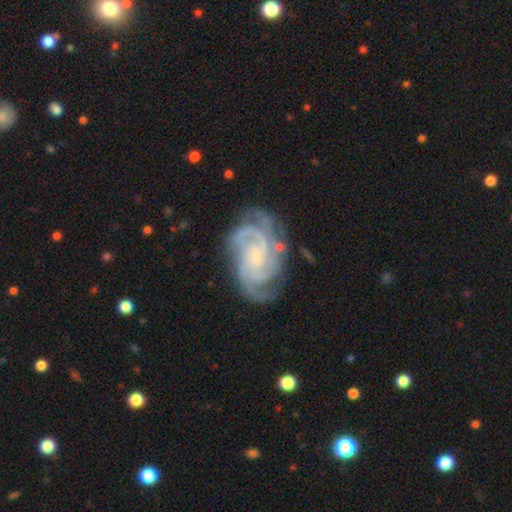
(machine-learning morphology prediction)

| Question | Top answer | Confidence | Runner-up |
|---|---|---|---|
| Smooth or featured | featured or disk | 90% | star or artifact (5%) |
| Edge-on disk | no | 98% | yes (2%) |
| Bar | no | 59% | weak (33%) |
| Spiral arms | yes | 98% | no (2%) |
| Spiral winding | tight | 62% | medium (34%) |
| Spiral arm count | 3 | 35% | 4 (22%) |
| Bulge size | small | 65% | moderate (19%) |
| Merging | none | 72% | minor disturbance (18%) |